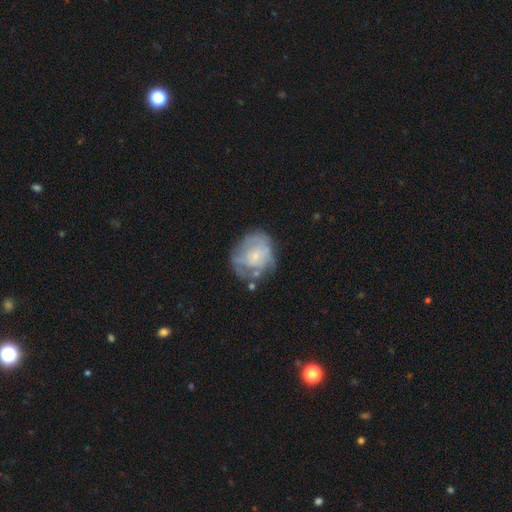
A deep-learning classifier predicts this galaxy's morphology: smooth-or-featured: featured or disk: 60% | smooth: 32% | star or artifact: 8%
  disk-edge-on: no: 98% | yes: 2%
    bar: no: 79% | weak: 18% | strong: 3%
    has-spiral-arms: yes: 57% | no: 43%
    bulge-size: small: 68% | moderate: 20% | none: 9% | large: 2% | dominant: 1%
  merging: none: 51% | minor disturbance: 25% | major disturbance: 18% | merger: 5%